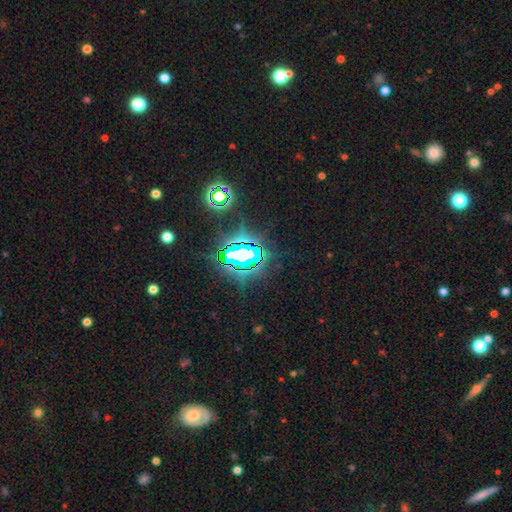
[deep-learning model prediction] star or artifact 78%, smooth 11%, featured or disk 11%.